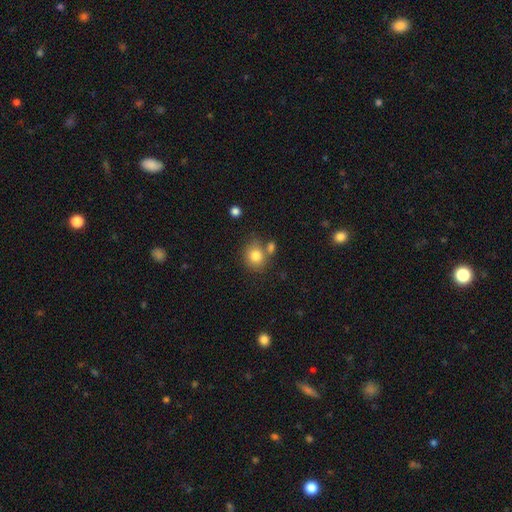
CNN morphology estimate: A smooth galaxy with no disk features (81%) that is round (74%).

Vote fractions:
- Smooth or featured? smooth: 81% / star or artifact: 10% / featured or disk: 9%
- How rounded? round: 74% / in between: 25% / cigar-shaped: 1%
- Merging? none: 59% / merger: 22% / minor disturbance: 14% / major disturbance: 5%